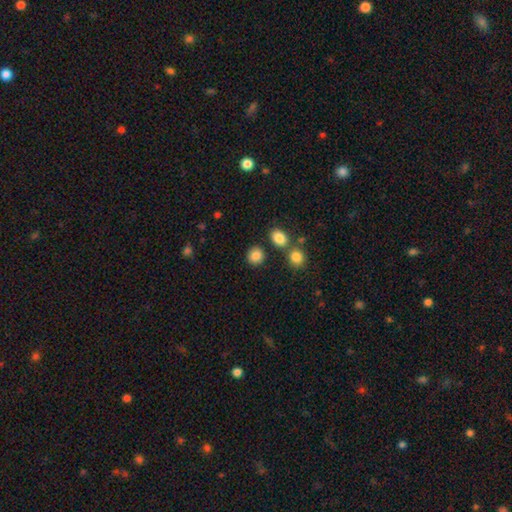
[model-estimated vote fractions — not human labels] Smooth or featured?
  - smooth: 85% *
  - star or artifact: 10%
  - featured or disk: 5%
How rounded?
  - round: 81% *
  - in between: 18%
  - cigar-shaped: 1%
Merging?
  - none: 81% *
  - minor disturbance: 8%
  - merger: 8%
  - major disturbance: 3%